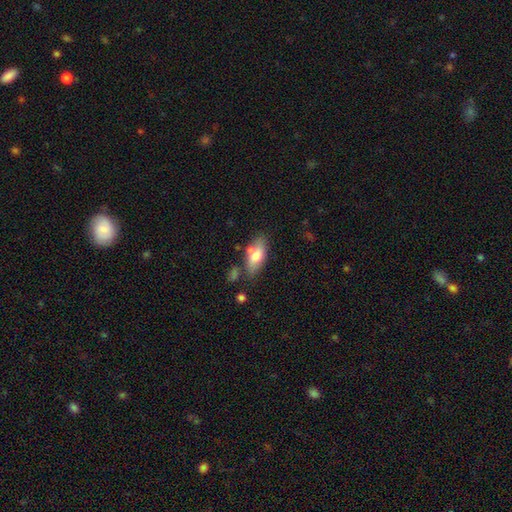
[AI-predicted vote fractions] A smooth galaxy with no disk features (70%) that is in between round and cigar-shaped (85%). Merging: none (65%).